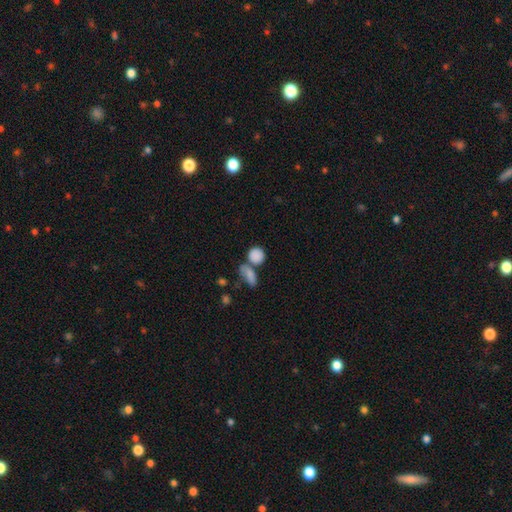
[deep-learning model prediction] Q: Smooth or featured?
A: smooth (85%); runner-up: star or artifact (9%)
Q: How rounded?
A: round (70%); runner-up: in between (28%)
Q: Merging?
A: none (47%); runner-up: merger (36%)